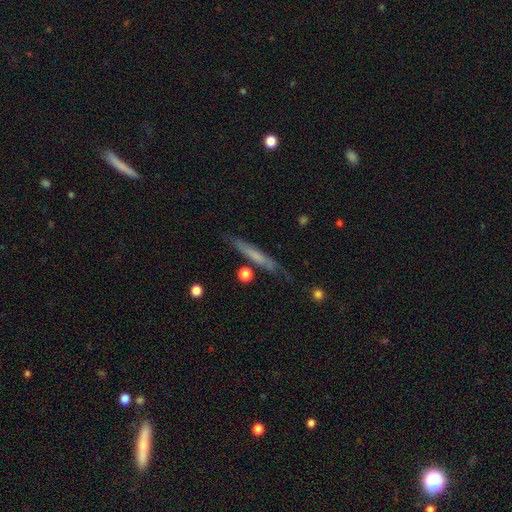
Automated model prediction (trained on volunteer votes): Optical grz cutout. It shows a smooth galaxy with no disk features (51%) that is cigar-shaped (93%). Merging: none (76%).